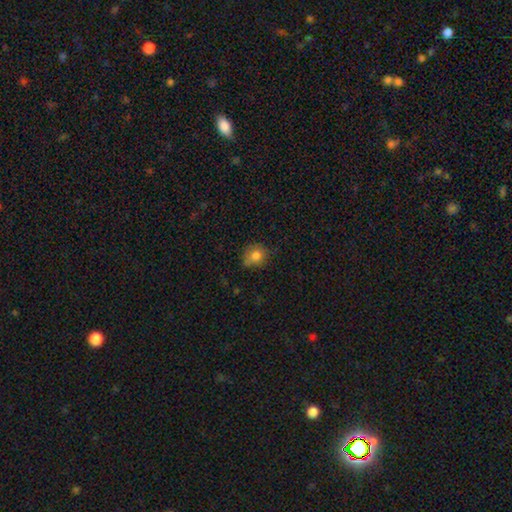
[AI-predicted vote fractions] This is clearly a smooth galaxy (80%). How rounded: likely round (71%). Merging: likely none (66%).